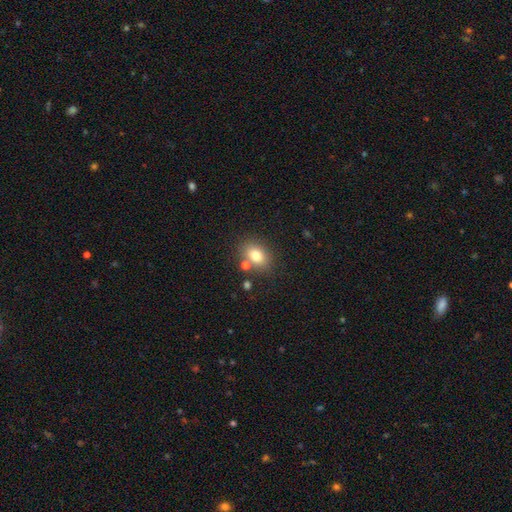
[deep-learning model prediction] Smooth or featured? Predicted: smooth (p=0.78). How rounded? Predicted: in between (p=0.70). Merging? Predicted: none (p=0.73).